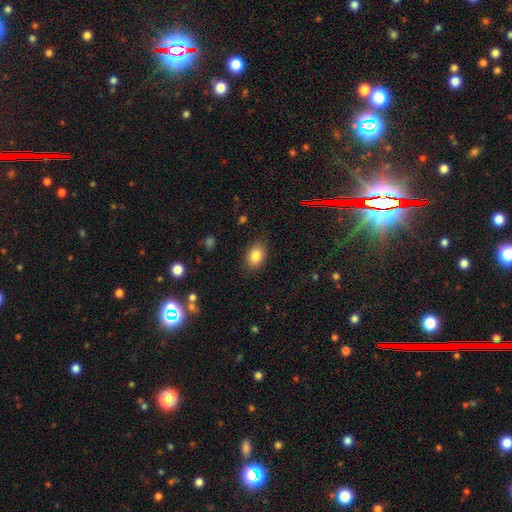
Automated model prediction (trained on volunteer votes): This appears to be a smooth galaxy with no disk features (84%) that is in between round and cigar-shaped (79%). Merging: none (82%).